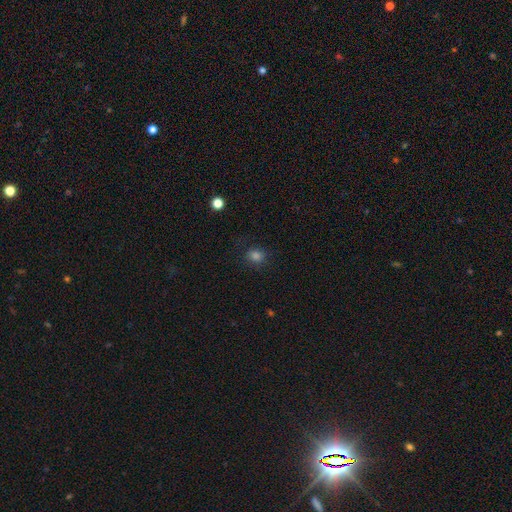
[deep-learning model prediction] A smooth galaxy with no disk features (79%) that is round (75%). Merging: none (83%).